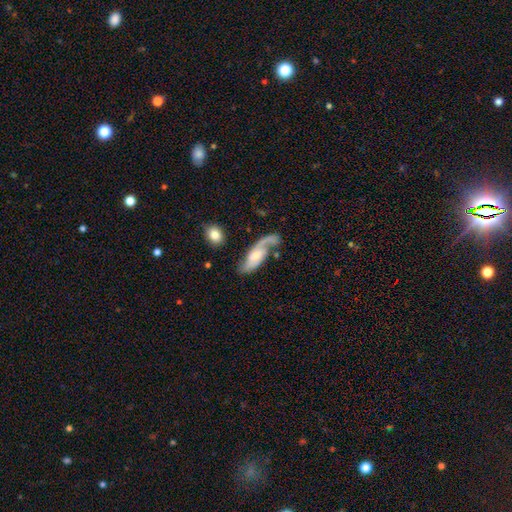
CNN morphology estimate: smooth_or_featured: featured or disk (p=0.72) [alt: smooth p=0.22]
disk_edge_on: no (p=0.91) [alt: yes p=0.09]
bar: no (p=0.57) [alt: weak p=0.33]
has_spiral_arms: yes (p=0.91) [alt: no p=0.09]
spiral_winding: loose (p=0.51) [alt: medium p=0.35]
spiral_arm_count: 2 (p=0.57) [alt: 1 p=0.35]
bulge_size: small (p=0.46) [alt: moderate p=0.44]
merging: none (p=0.46) [alt: major disturbance p=0.24]